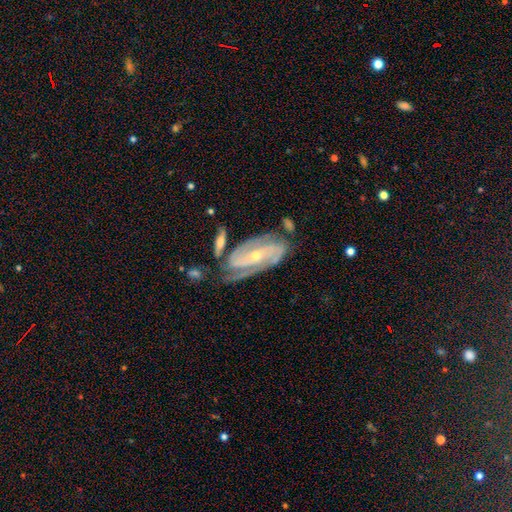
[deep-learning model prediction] The model was most divided on "bar": no: 40%, weak: 30%, strong: 29%. More confident: spiral arms — yes (97%); edge-on disk — no (95%); smooth or featured — featured or disk (89%); bulge size — small (64%); spiral arm count — 2 (63%); merging — none (62%); spiral winding — tight (56%).